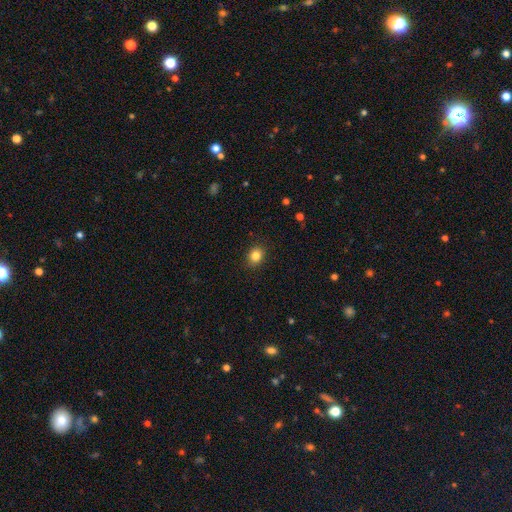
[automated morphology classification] Smooth or featured? smooth (84%)
How rounded? round (61%)
Merging? none (89%)